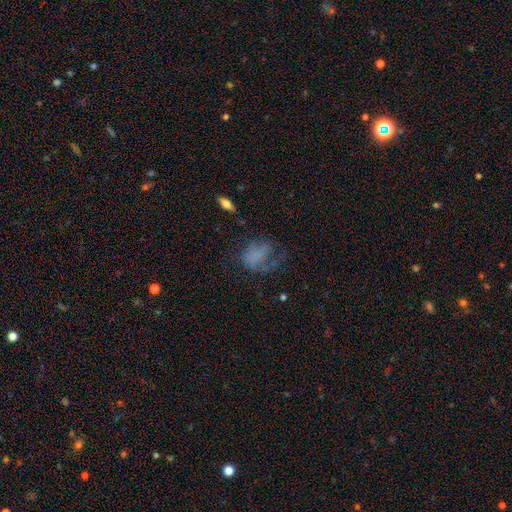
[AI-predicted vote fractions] Smooth or featured: smooth — 54% (featured or disk — 32%)
How rounded: in between — 66% (round — 32%)
Merging: major disturbance — 42% (none — 33%)